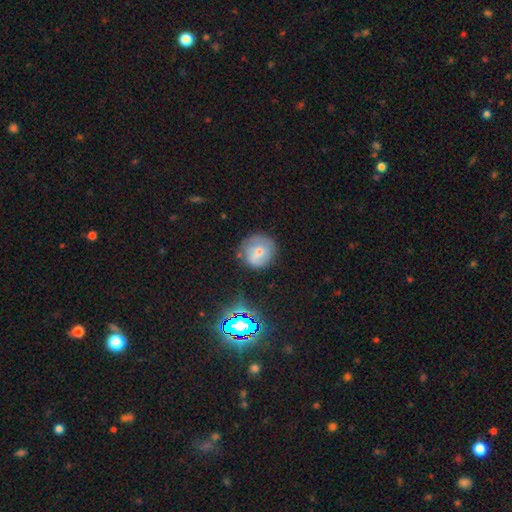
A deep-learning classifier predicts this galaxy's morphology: Q: Smooth or featured?
A: smooth (54%); runner-up: featured or disk (30%)
Q: How rounded?
A: round (88%); runner-up: in between (10%)
Q: Merging?
A: none (73%); runner-up: minor disturbance (18%)